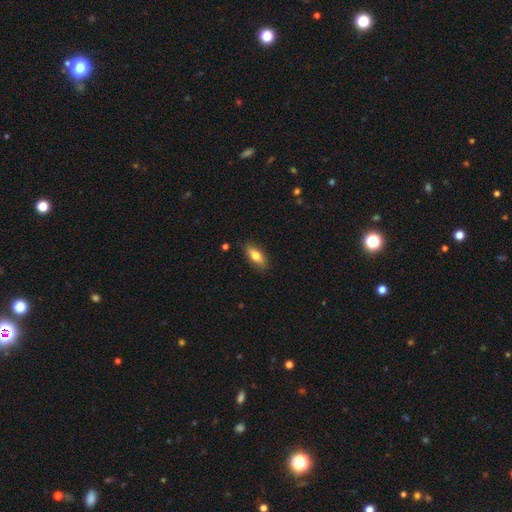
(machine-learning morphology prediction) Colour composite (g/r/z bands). It shows a smooth galaxy with no disk features (74%) that is in between round and cigar-shaped (76%). Merging: none (85%).